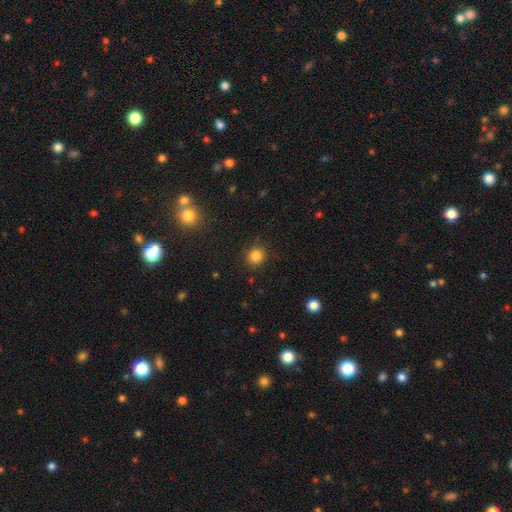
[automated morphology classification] smooth_or_featured: smooth (p=0.84) [alt: star or artifact p=0.12]
how_rounded: round (p=0.90) [alt: in between p=0.09]
merging: none (p=0.89) [alt: minor disturbance p=0.07]